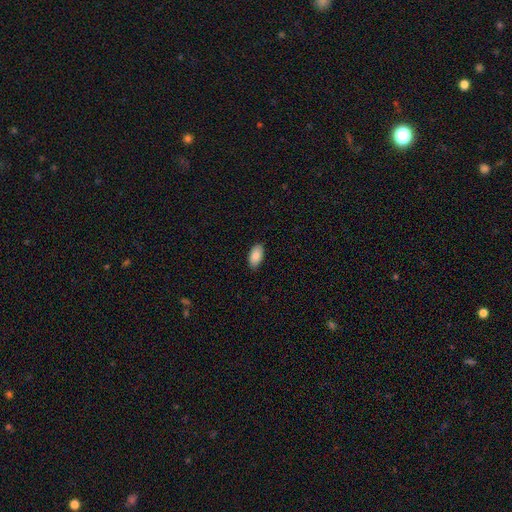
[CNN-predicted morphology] smooth 88%, star or artifact 7%, featured or disk 5%. Down the decision tree: how rounded — in between (95%); merging — none (88%).